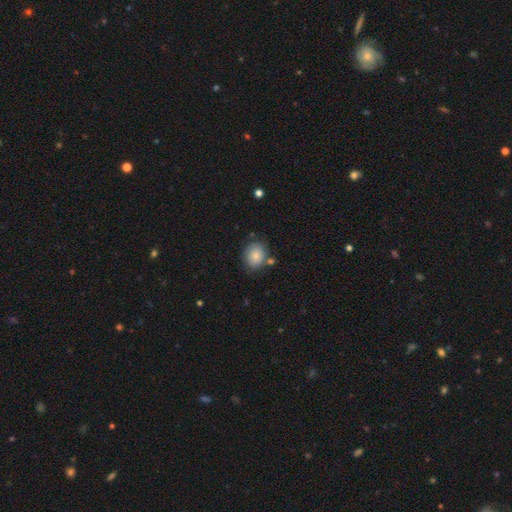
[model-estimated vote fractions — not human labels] smooth-or-featured: smooth: 83% | featured or disk: 9% | star or artifact: 8%
  how-rounded: round: 57% | in between: 42% | cigar-shaped: 1%
  merging: none: 76% | minor disturbance: 14% | merger: 7% | major disturbance: 3%